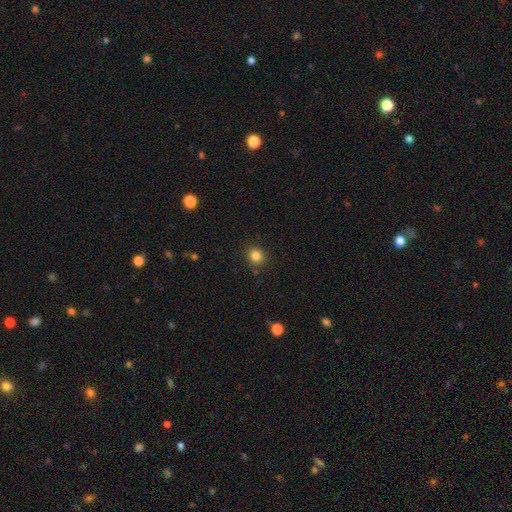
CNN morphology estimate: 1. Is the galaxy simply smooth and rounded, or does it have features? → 83% smooth, 12% star or artifact, 5% featured or disk.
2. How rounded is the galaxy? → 86% round, 13% in between, 1% cigar-shaped.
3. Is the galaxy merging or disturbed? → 88% none, 8% minor disturbance, 2% major disturbance, 2% merger.